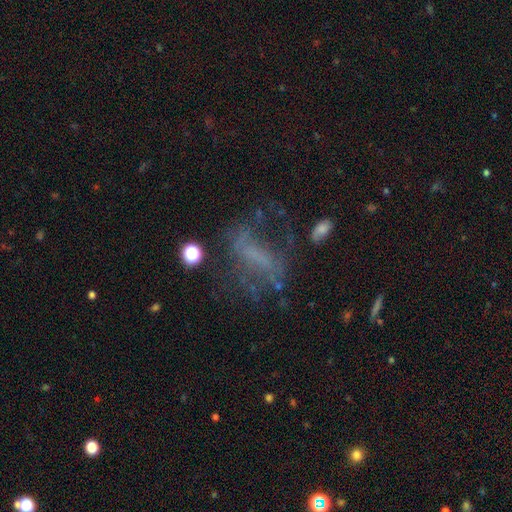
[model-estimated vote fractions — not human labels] Morphology: type=featured or disk (47%); merging=none (41%).